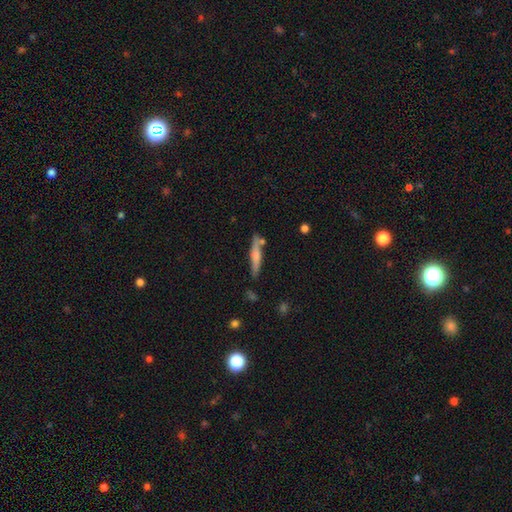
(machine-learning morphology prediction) Overall: smooth (59%; featured or disk 35%). How rounded: cigar-shaped (90%). Merging: none (77%).